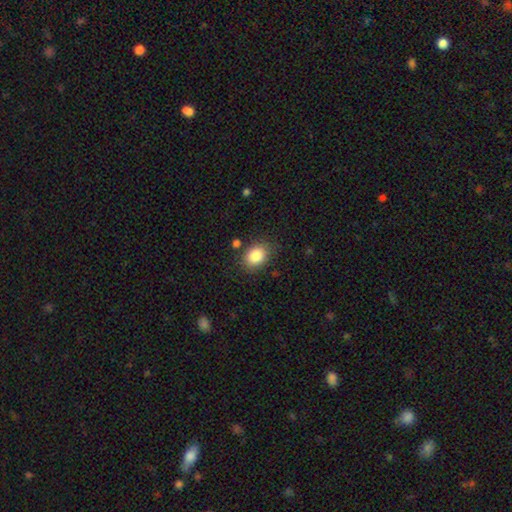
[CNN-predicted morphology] Smooth or featured? smooth (84%)
How rounded? in between (65%)
Merging? none (80%)